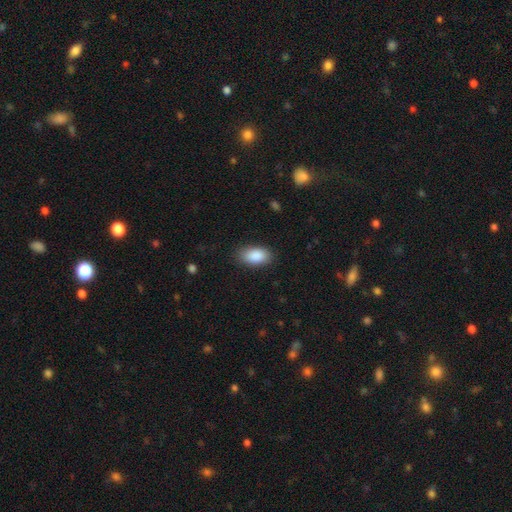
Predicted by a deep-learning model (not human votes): Smooth or featured: smooth — 89% (star or artifact — 6%)
How rounded: in between — 93% (round — 4%)
Merging: none — 85% (minor disturbance — 11%)